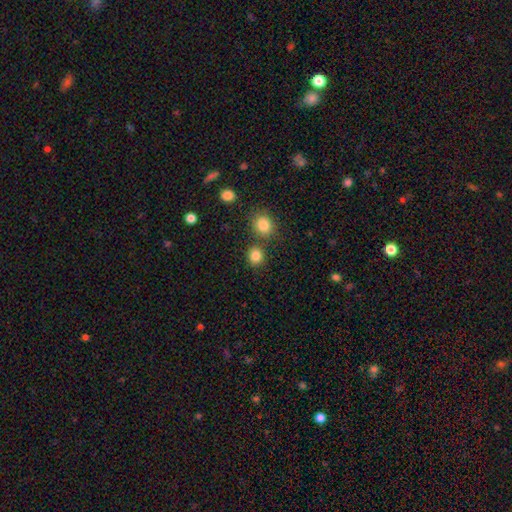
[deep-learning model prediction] Smooth or featured? smooth (84%)
How rounded? round (84%)
Merging? none (76%)